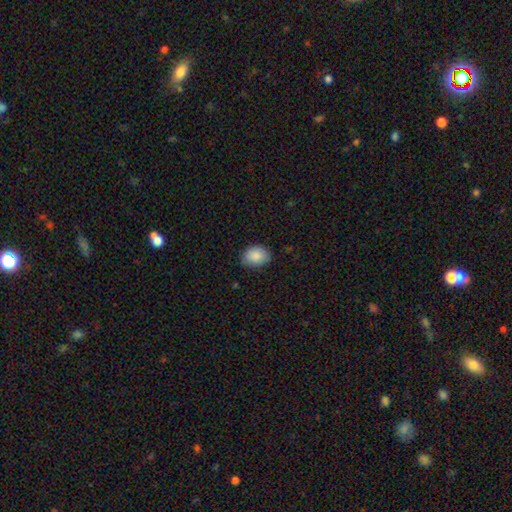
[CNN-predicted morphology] A smooth galaxy with no disk features (88%) that is in between round and cigar-shaped (66%). Merging: none (78%).